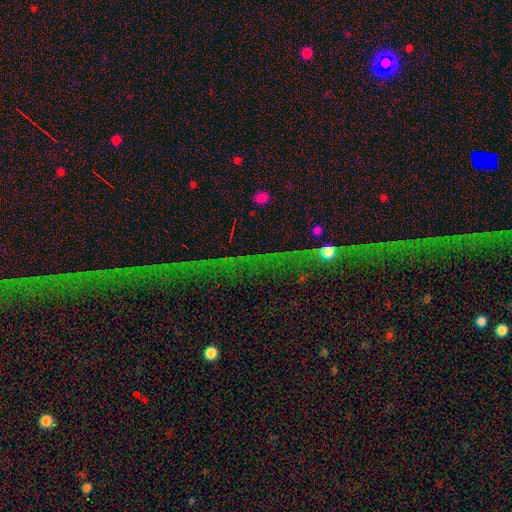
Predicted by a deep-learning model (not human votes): A star or artifact, not a galaxy (68%).

Vote fractions:
- Smooth or featured? star or artifact: 68% / smooth: 17% / featured or disk: 14%